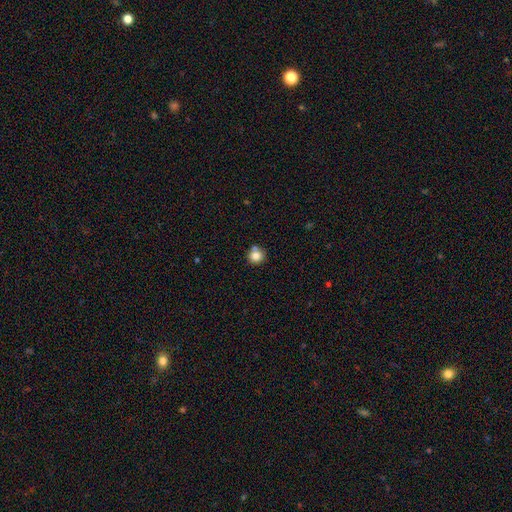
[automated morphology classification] This appears to be a smooth galaxy with no disk features (81%) that is round (92%). Merging: none (74%).